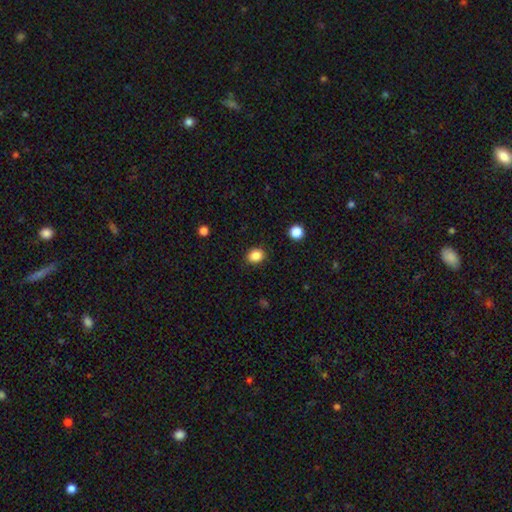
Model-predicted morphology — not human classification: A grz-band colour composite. It shows a smooth galaxy with no disk features (86%) that is round (50%). Merging: none (87%).